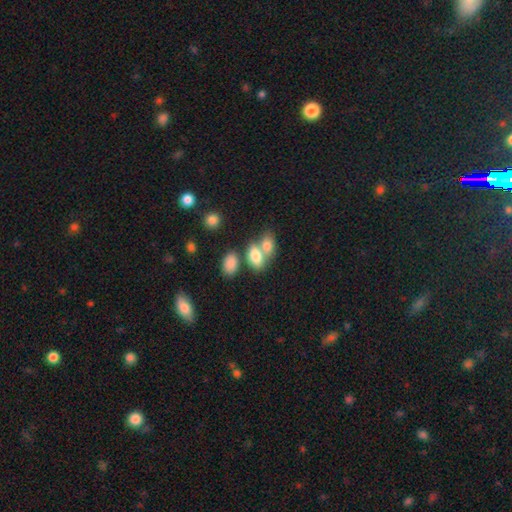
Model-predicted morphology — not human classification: A smooth galaxy with no disk features (79%) that is in between round and cigar-shaped (86%).

Vote fractions:
- Smooth or featured? smooth: 79% / featured or disk: 13% / star or artifact: 8%
- How rounded? in between: 86% / round: 11% / cigar-shaped: 2%
- Merging? merger: 58% / none: 30% / minor disturbance: 8% / major disturbance: 4%